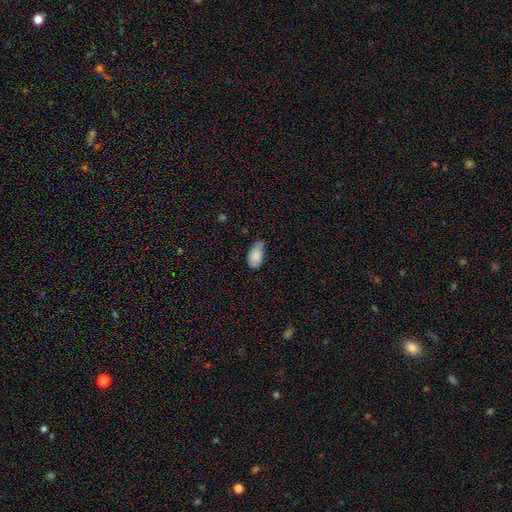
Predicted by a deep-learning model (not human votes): Smooth or featured? Predicted: smooth (p=0.85). How rounded? Predicted: in between (p=0.94). Merging? Predicted: none (p=0.49).